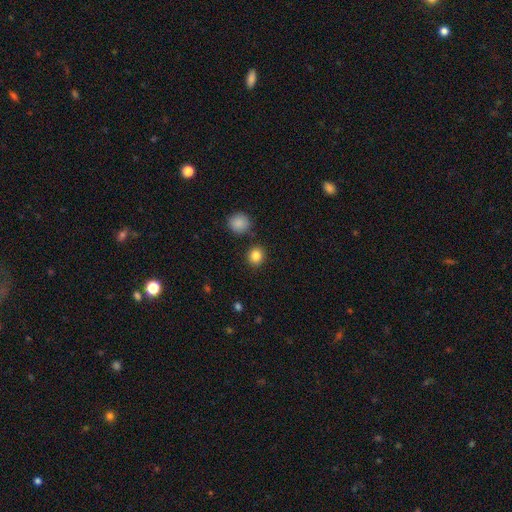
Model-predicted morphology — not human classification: Smooth or featured? Predicted: smooth (p=0.85). How rounded? Predicted: round (p=0.83). Merging? Predicted: none (p=0.88).